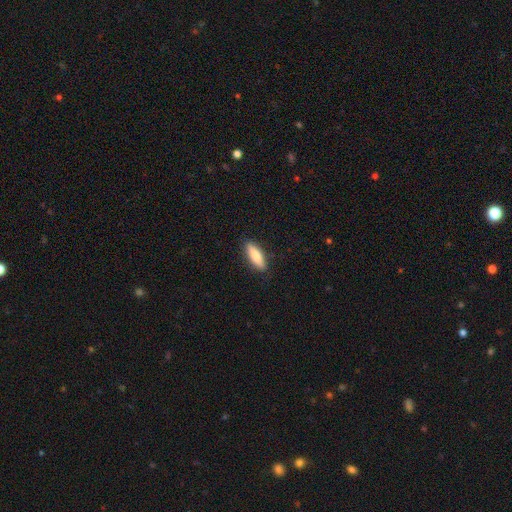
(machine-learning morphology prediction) smooth-or-featured: smooth: 78% | featured or disk: 17% | star or artifact: 6%
  how-rounded: cigar-shaped: 50% | in between: 48% | round: 2%
  merging: none: 88% | minor disturbance: 9% | major disturbance: 2% | merger: 1%